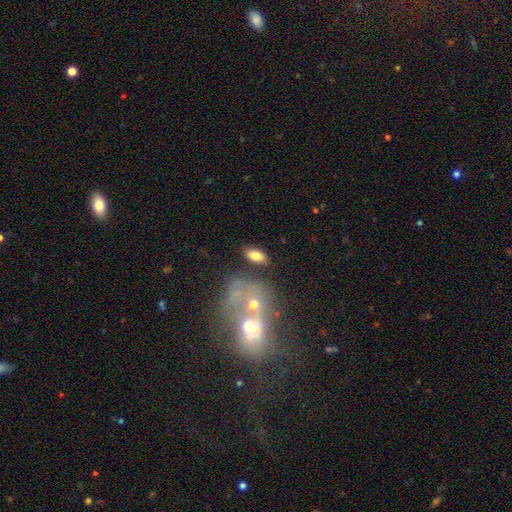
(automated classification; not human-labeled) smooth_or_featured: smooth (p=0.77) [alt: featured or disk p=0.14]
how_rounded: in between (p=0.91) [alt: round p=0.05]
merging: none (p=0.76) [alt: minor disturbance p=0.12]